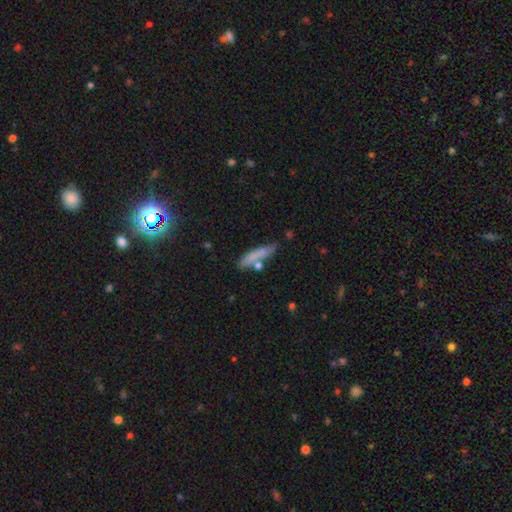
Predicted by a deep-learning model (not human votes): A smooth galaxy with no disk features (70%) that is cigar-shaped (81%).

Vote fractions:
- Smooth or featured? smooth: 70% / featured or disk: 21% / star or artifact: 9%
- How rounded? cigar-shaped: 81% / in between: 17% / round: 3%
- Merging? none: 64% / minor disturbance: 18% / merger: 13% / major disturbance: 5%